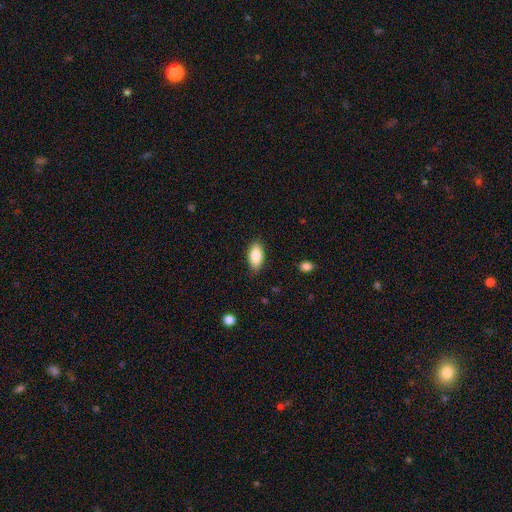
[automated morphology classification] Smooth or featured: smooth — 84% (featured or disk — 9%)
How rounded: in between — 90% (cigar-shaped — 7%)
Merging: none — 86% (minor disturbance — 11%)